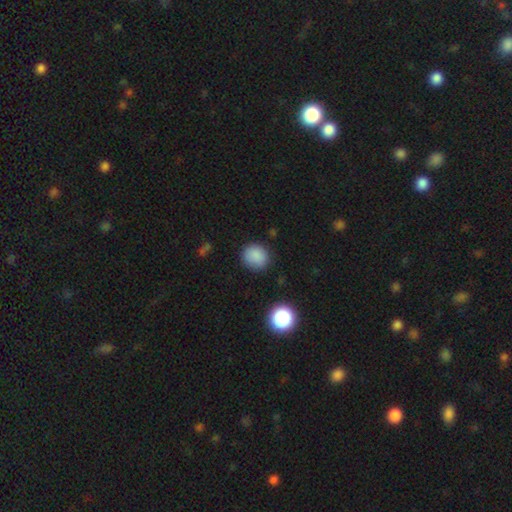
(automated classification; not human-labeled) smooth 86%, star or artifact 10%, featured or disk 4%. Down the decision tree: how rounded — round (87%); merging — none (85%).